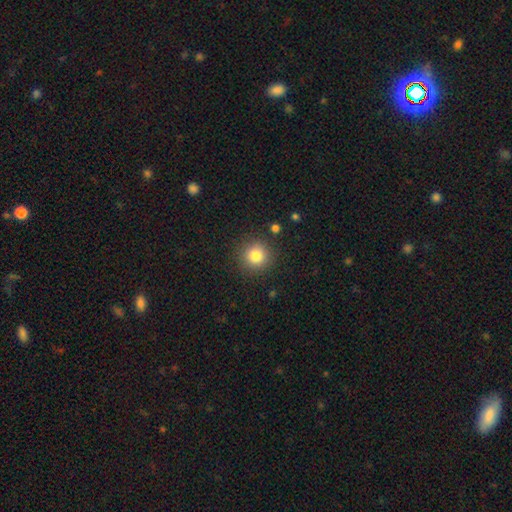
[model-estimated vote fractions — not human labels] Q: Smooth or featured?
A: smooth (82%); runner-up: star or artifact (11%)
Q: How rounded?
A: round (94%); runner-up: in between (5%)
Q: Merging?
A: none (89%); runner-up: minor disturbance (7%)